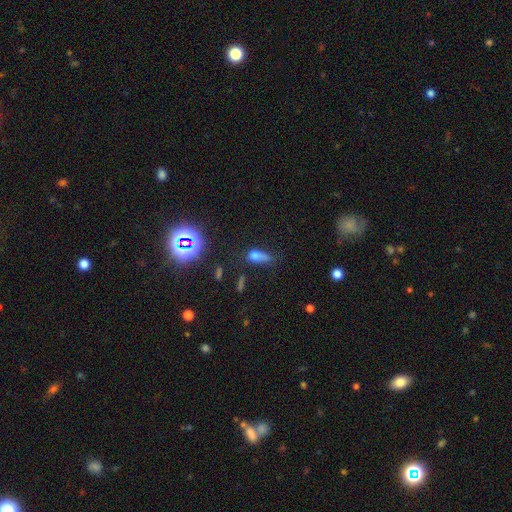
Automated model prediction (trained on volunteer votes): smooth 64%, star or artifact 21%, featured or disk 15%. Down the decision tree: how rounded — in between (68%); merging — none (31%, tied with minor disturbance).